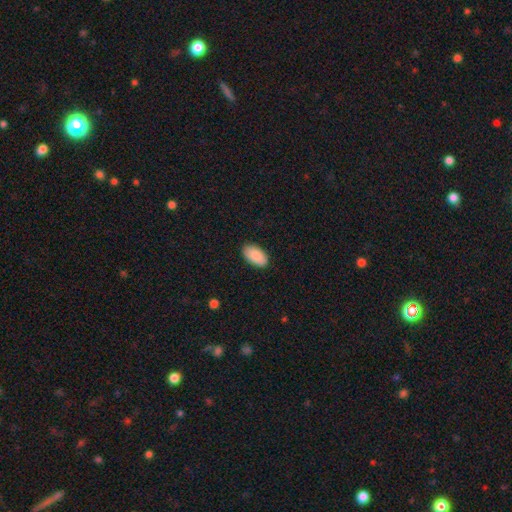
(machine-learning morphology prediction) Overall: smooth (90%). How rounded: in between (95%). Merging: none (88%).